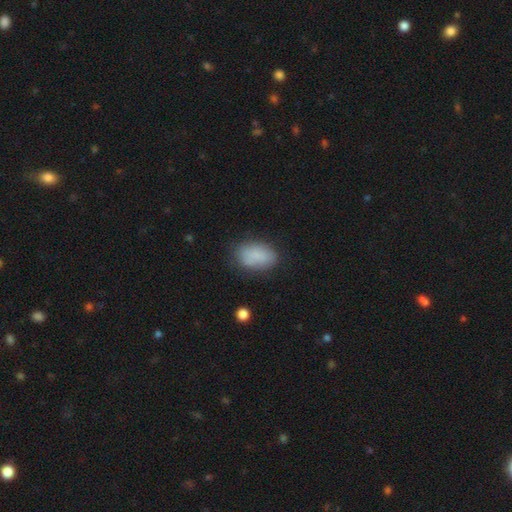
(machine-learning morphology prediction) smooth_or_featured: smooth (p=0.84) [alt: featured or disk p=0.08]
how_rounded: in between (p=0.89) [alt: round p=0.10]
merging: none (p=0.73) [alt: minor disturbance p=0.19]